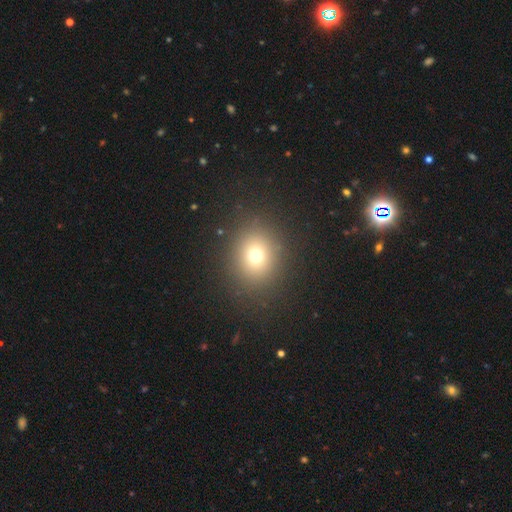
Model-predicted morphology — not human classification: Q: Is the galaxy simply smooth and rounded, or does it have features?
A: smooth — 71%.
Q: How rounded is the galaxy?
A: round — 78%.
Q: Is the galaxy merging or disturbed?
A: none — 87%.